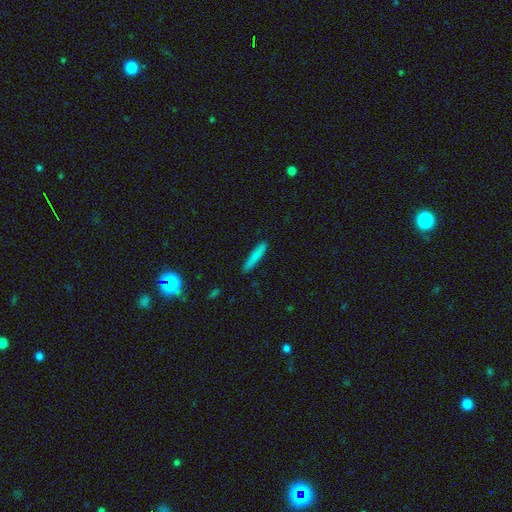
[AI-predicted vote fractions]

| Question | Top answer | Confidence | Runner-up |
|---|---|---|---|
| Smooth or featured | smooth | 80% | featured or disk (13%) |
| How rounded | cigar-shaped | 93% | in between (6%) |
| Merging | none | 89% | minor disturbance (8%) |